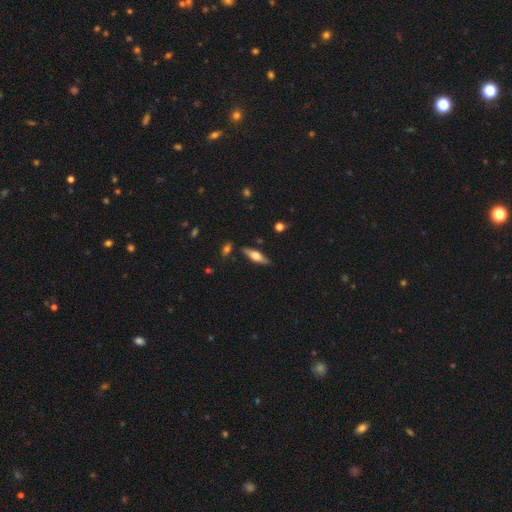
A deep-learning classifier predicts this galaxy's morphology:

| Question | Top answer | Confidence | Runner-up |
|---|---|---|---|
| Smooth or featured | smooth | 49% | featured or disk (44%) |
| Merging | none | 82% | minor disturbance (12%) |